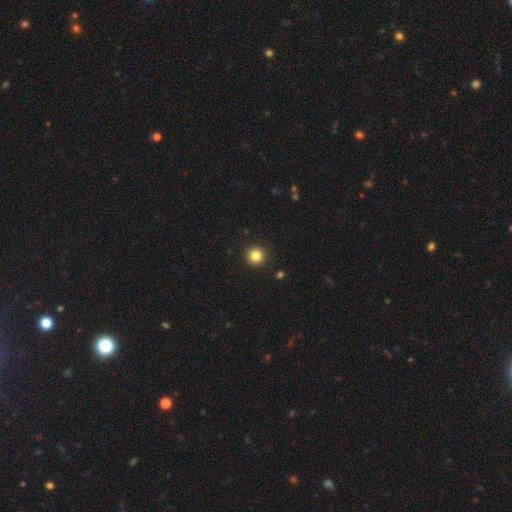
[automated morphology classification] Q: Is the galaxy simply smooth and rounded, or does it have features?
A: smooth — 84%.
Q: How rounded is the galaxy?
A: round — 95%.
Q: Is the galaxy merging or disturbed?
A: none — 93%.